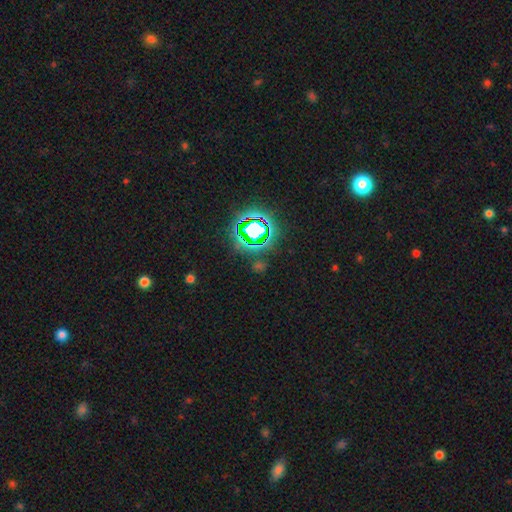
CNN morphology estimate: A star or artifact, not a galaxy (81%).

Vote fractions:
- Smooth or featured? star or artifact: 81% / smooth: 13% / featured or disk: 7%